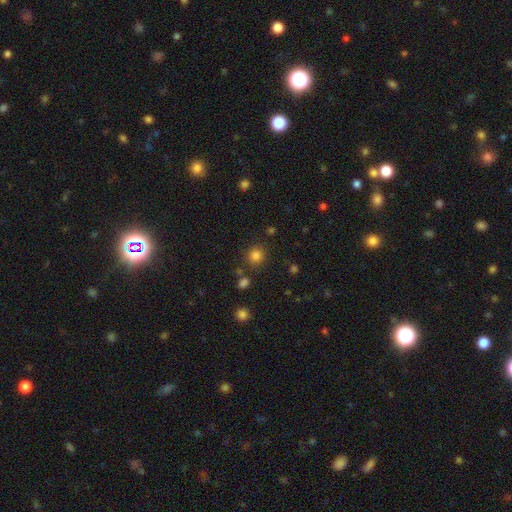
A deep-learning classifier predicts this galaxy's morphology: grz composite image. It shows a smooth galaxy with no disk features (83%) that is round (90%). Merging: none (84%).